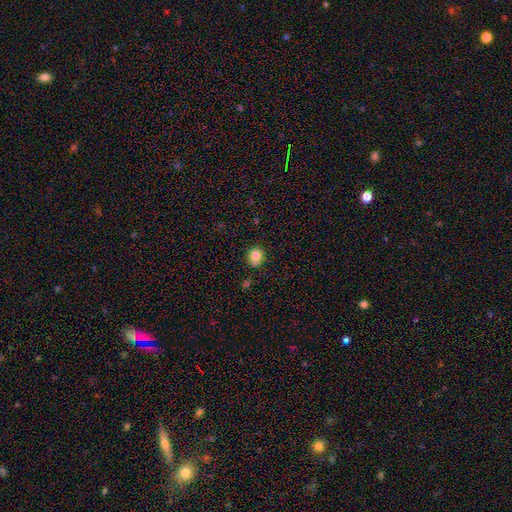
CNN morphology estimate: A smooth galaxy with no disk features (82%) that is round (73%).

Vote fractions:
- Smooth or featured? smooth: 82% / star or artifact: 11% / featured or disk: 7%
- How rounded? round: 73% / in between: 26% / cigar-shaped: 1%
- Merging? none: 64% / minor disturbance: 26% / major disturbance: 5% / merger: 5%